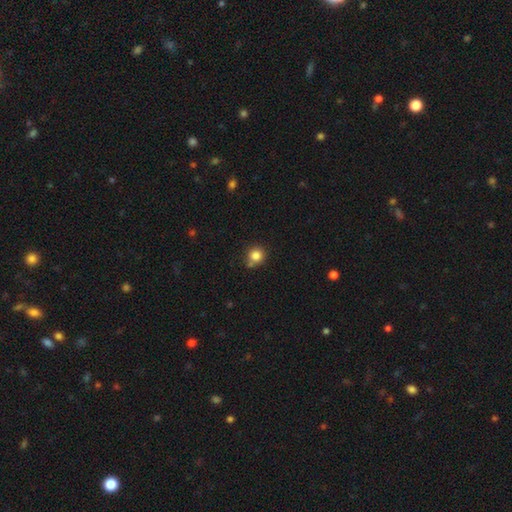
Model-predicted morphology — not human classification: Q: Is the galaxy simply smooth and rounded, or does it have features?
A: smooth — 83%.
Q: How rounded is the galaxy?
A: round — 92%.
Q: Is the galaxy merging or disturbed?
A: none — 74%.